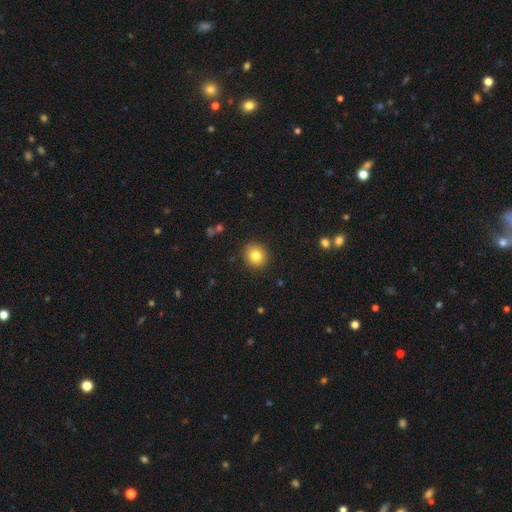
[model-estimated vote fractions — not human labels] The model was most divided on "how rounded": round: 81%, in between: 18%, cigar-shaped: 1%. More confident: merging — none (89%); smooth or featured — smooth (81%).